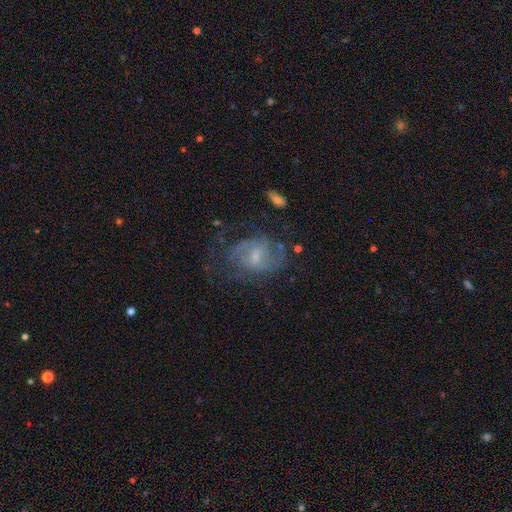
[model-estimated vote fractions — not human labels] The model was most divided on "bar": weak: 51%, no: 39%, strong: 10%. More confident: edge-on disk — no (96%); spiral arms — yes (73%); smooth or featured — featured or disk (64%); bulge size — small (52%); merging — none (52%).